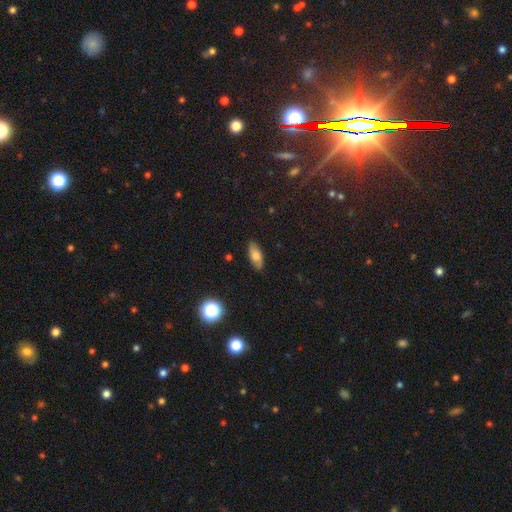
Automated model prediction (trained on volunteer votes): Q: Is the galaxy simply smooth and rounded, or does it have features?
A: smooth — 69%.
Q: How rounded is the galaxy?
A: in between — 81%.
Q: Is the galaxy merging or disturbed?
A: none — 86%.